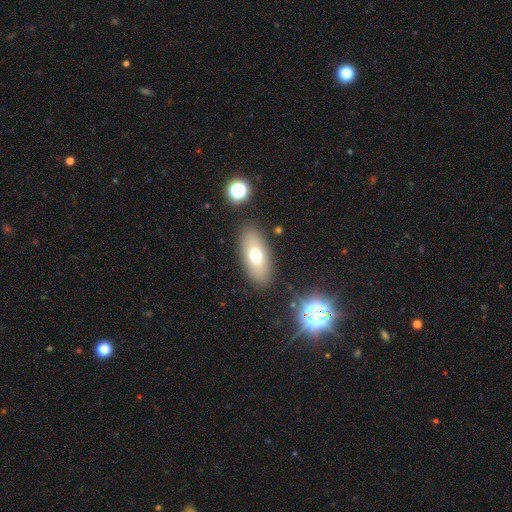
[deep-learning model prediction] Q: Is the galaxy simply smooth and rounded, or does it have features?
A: smooth — 66%.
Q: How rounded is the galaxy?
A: in between — 84%.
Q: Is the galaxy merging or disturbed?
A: none — 86%.